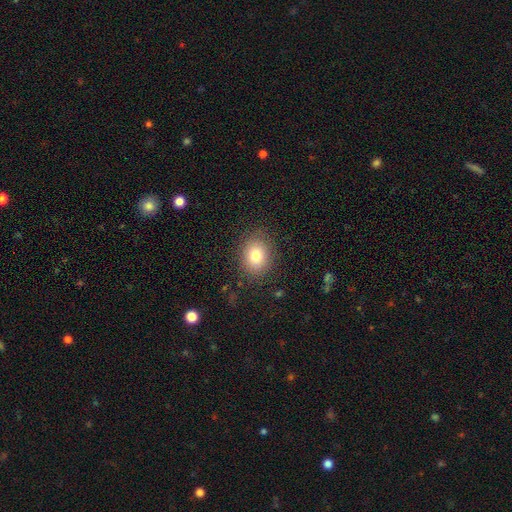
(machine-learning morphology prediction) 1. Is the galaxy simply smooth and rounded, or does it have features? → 78% smooth, 11% featured or disk, 10% star or artifact.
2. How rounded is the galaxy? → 52% in between, 47% round, 1% cigar-shaped.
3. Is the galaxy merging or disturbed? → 84% none, 11% minor disturbance, 4% major disturbance, 1% merger.